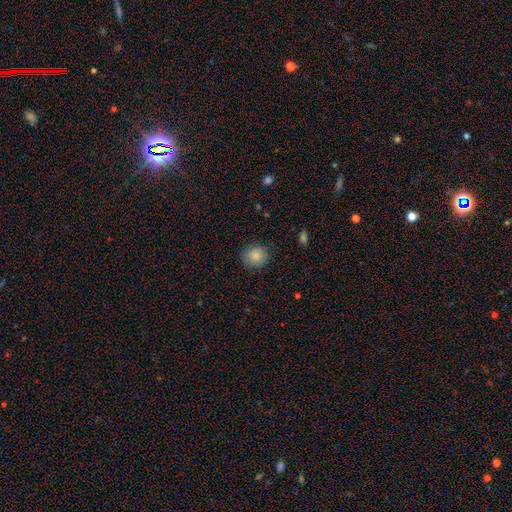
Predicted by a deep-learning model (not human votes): Q: Smooth or featured?
A: smooth (83%); runner-up: star or artifact (9%)
Q: How rounded?
A: round (87%); runner-up: in between (12%)
Q: Merging?
A: none (82%); runner-up: minor disturbance (14%)